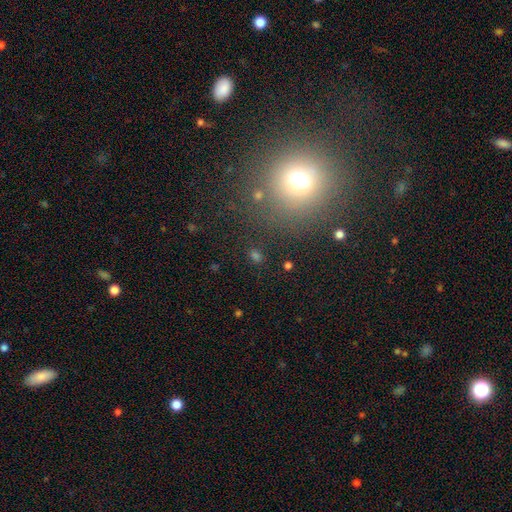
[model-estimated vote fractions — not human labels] A smooth galaxy with no disk features (58%) that is round (51%). Merging: none (80%).